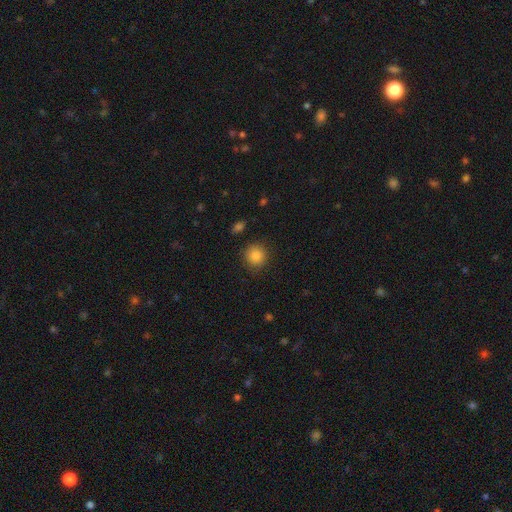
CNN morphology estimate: Q: Smooth or featured?
A: smooth (86%); runner-up: star or artifact (10%)
Q: How rounded?
A: round (91%); runner-up: in between (8%)
Q: Merging?
A: none (87%); runner-up: minor disturbance (9%)